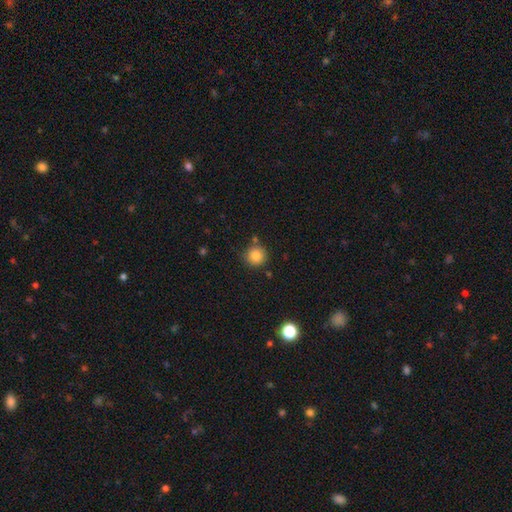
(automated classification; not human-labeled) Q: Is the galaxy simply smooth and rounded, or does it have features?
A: smooth — 84%.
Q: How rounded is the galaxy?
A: round — 94%.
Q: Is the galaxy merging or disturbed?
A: none — 82%.